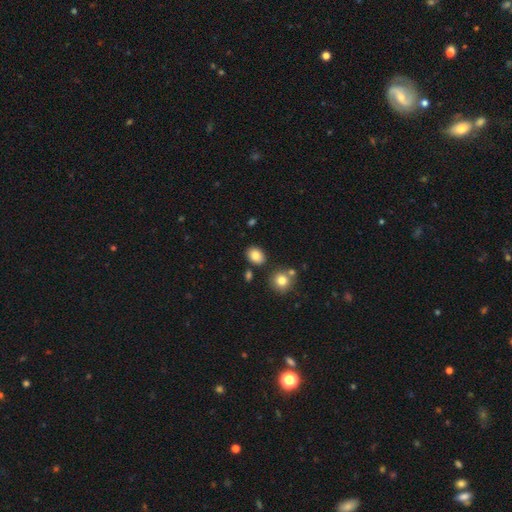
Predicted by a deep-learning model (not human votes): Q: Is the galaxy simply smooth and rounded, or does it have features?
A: smooth — 84%.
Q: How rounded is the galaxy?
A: in between — 63%.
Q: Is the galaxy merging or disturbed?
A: none — 82%.